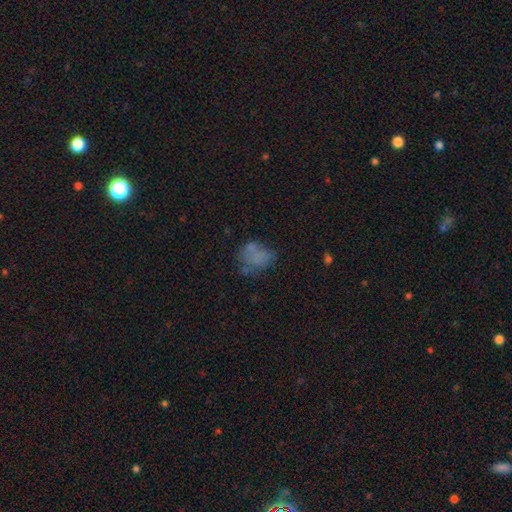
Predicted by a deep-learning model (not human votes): A smooth galaxy with no disk features (63%) that is in between round and cigar-shaped (51%).

Vote fractions:
- Smooth or featured? smooth: 63% / featured or disk: 22% / star or artifact: 15%
- How rounded? in between: 51% / round: 48% / cigar-shaped: 1%
- Merging? none: 45% / minor disturbance: 25% / major disturbance: 19% / merger: 11%